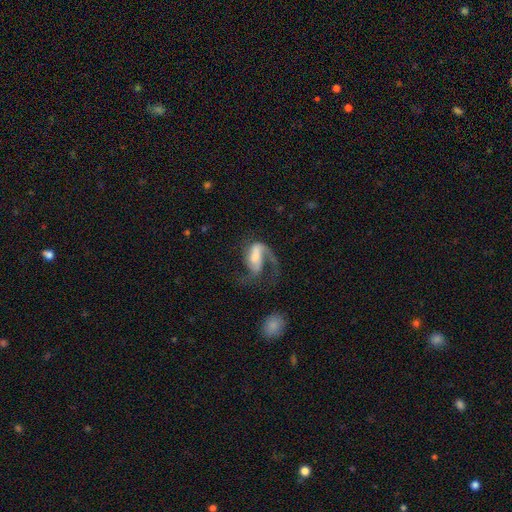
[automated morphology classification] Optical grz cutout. It shows a featured or disk galaxy (73%) with a weak bar (38%), 1 (53%) loose (52%) spiral arms (89%) and a moderate central bulge (38%). Merging: major disturbance (51%).